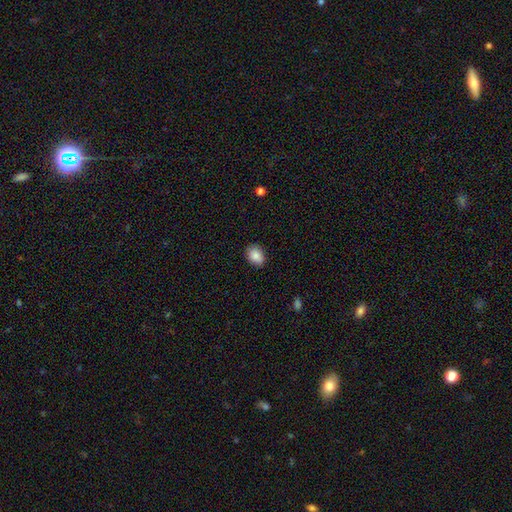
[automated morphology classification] Smooth or featured?
  - smooth: 88% *
  - star or artifact: 8%
  - featured or disk: 5%
How rounded?
  - in between: 67% *
  - round: 32%
  - cigar-shaped: 1%
Merging?
  - none: 84% *
  - minor disturbance: 12%
  - major disturbance: 2%
  - merger: 1%